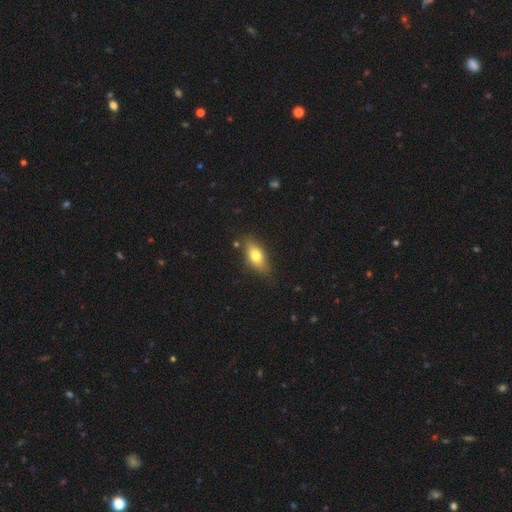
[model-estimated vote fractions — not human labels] Smooth or featured? smooth (74%)
How rounded? in between (83%)
Merging? none (79%)